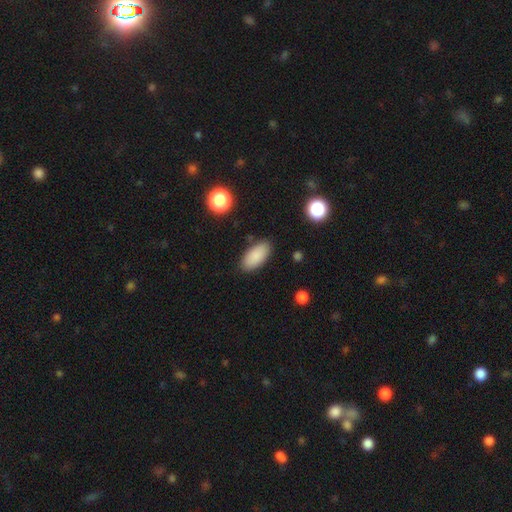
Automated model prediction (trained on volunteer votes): Smooth or featured?
  - smooth: 88% *
  - star or artifact: 7%
  - featured or disk: 5%
How rounded?
  - in between: 90% *
  - cigar-shaped: 8%
  - round: 2%
Merging?
  - none: 87% *
  - minor disturbance: 10%
  - major disturbance: 2%
  - merger: 1%